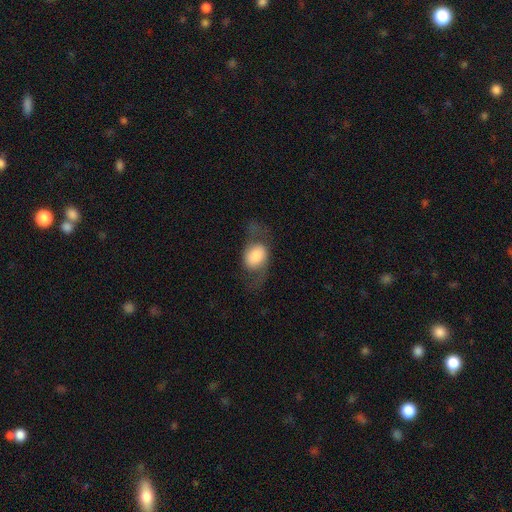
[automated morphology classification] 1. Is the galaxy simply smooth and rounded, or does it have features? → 54% smooth, 39% featured or disk, 8% star or artifact.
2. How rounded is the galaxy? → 60% in between, 38% round, 2% cigar-shaped.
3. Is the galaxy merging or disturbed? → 57% none, 21% major disturbance, 20% minor disturbance, 2% merger.